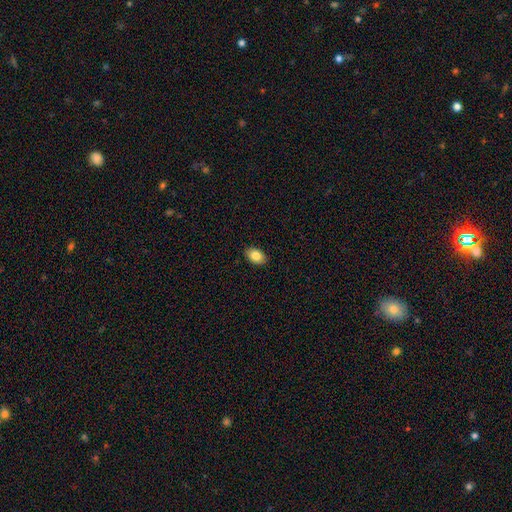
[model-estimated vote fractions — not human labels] Smooth or featured?
  - smooth: 85% *
  - star or artifact: 8%
  - featured or disk: 8%
How rounded?
  - in between: 86% *
  - round: 13%
  - cigar-shaped: 1%
Merging?
  - none: 89% *
  - minor disturbance: 8%
  - major disturbance: 2%
  - merger: 1%